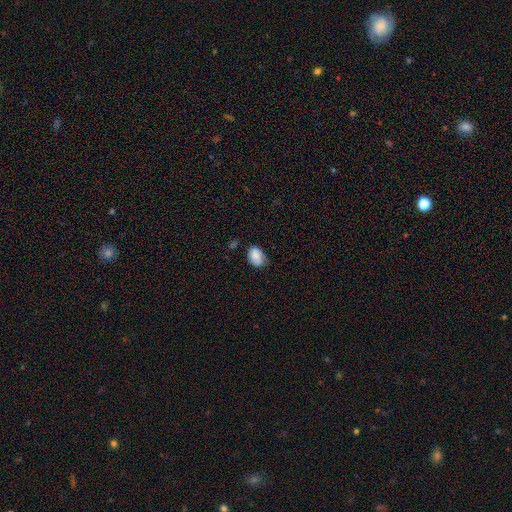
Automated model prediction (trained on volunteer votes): A smooth galaxy with no disk features (84%) that is in between round and cigar-shaped (81%). Merging: none (61%).